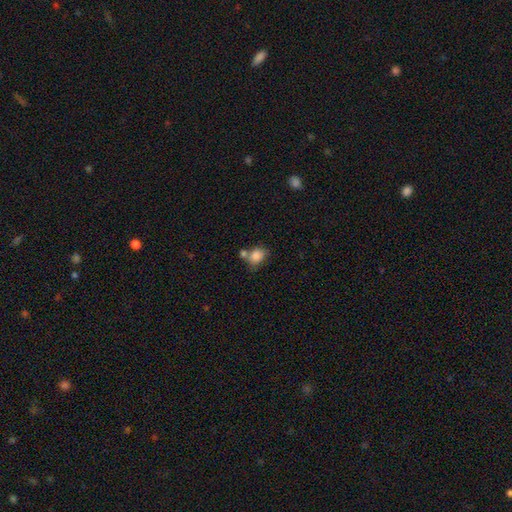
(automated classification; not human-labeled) This appears to be a smooth galaxy with no disk features (85%) that is in between round and cigar-shaped (53%). Merging: none (48%).